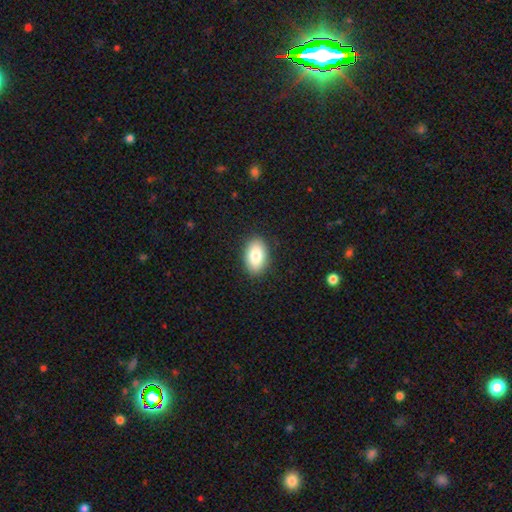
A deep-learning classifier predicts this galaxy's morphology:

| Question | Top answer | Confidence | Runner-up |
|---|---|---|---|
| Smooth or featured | smooth | 85% | featured or disk (8%) |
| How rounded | in between | 92% | round (7%) |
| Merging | none | 89% | minor disturbance (8%) |